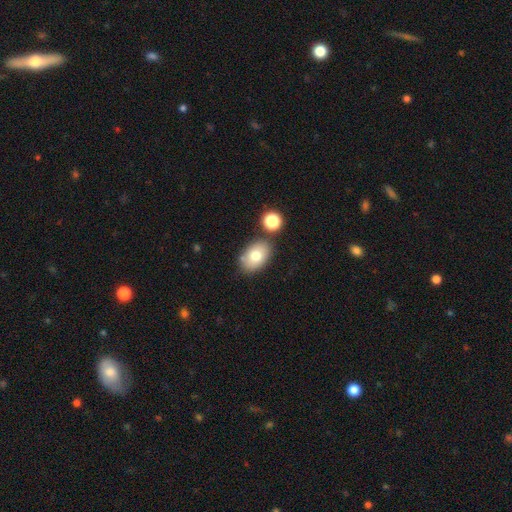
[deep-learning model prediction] A smooth galaxy with no disk features (76%) that is in between round and cigar-shaped (83%). Merging: none (73%).